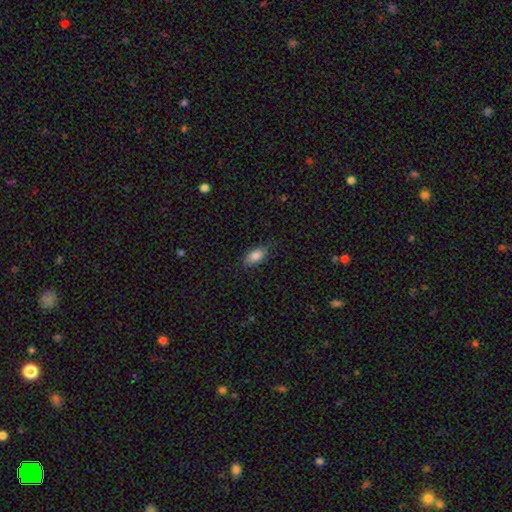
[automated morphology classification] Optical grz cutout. It shows a smooth galaxy with no disk features (84%) that is in between round and cigar-shaped (90%). Merging: none (79%).